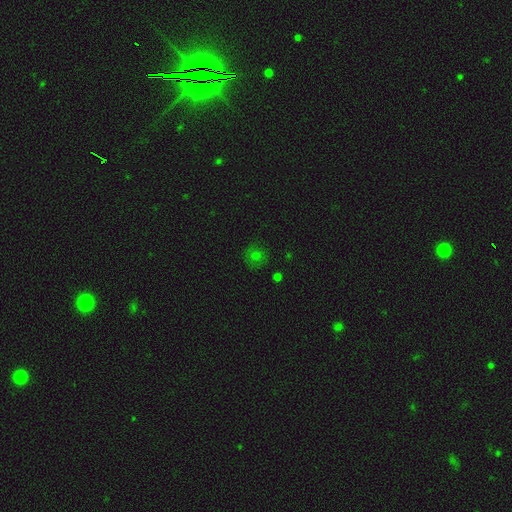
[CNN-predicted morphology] This appears to be a smooth galaxy with no disk features (61%) that is round (89%). Merging: none (81%).